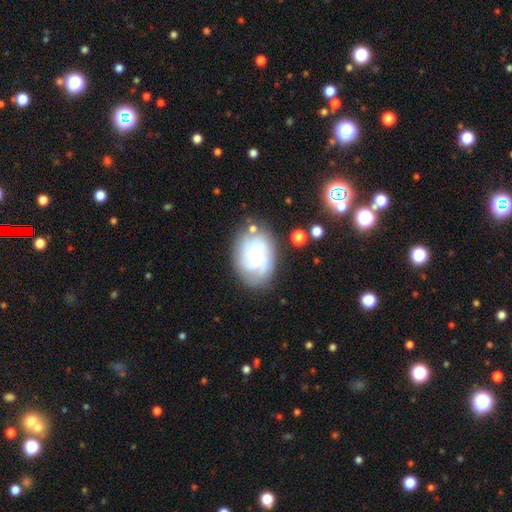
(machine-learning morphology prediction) The model was most divided on "spiral arm count": can't tell: 37%, 3: 24%, 2: 24%, 4: 7%, 1: 5%, more than 4: 4%. More confident: edge-on disk — no (97%); spiral arms — yes (87%); smooth or featured — featured or disk (72%); bar — no (71%); merging — none (70%); bulge size — moderate (59%); spiral winding — tight (58%).